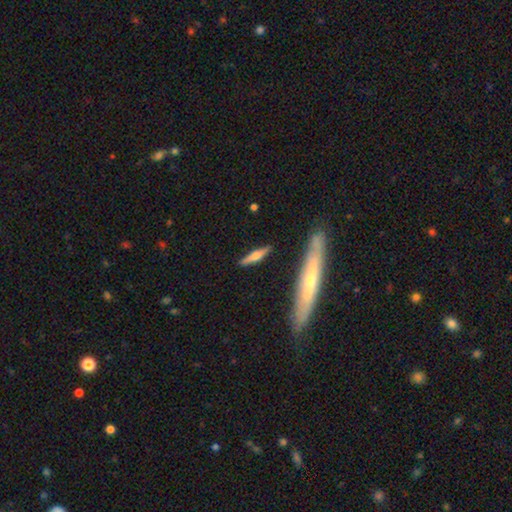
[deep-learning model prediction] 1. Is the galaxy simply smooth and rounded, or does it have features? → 48% featured or disk, 46% smooth, 6% star or artifact.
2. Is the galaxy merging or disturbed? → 85% none, 10% minor disturbance, 3% merger, 2% major disturbance.